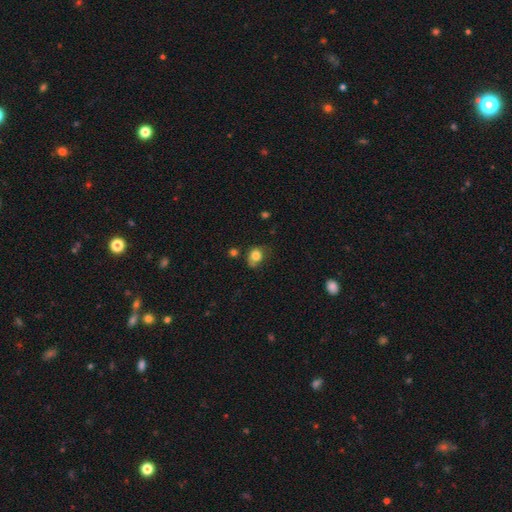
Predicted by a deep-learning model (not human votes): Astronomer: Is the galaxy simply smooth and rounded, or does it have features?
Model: smooth — 80%.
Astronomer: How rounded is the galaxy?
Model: round — 60% (runner-up: in between, 39%).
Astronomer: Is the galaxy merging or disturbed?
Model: none — 49% (runner-up: minor disturbance, 31%).